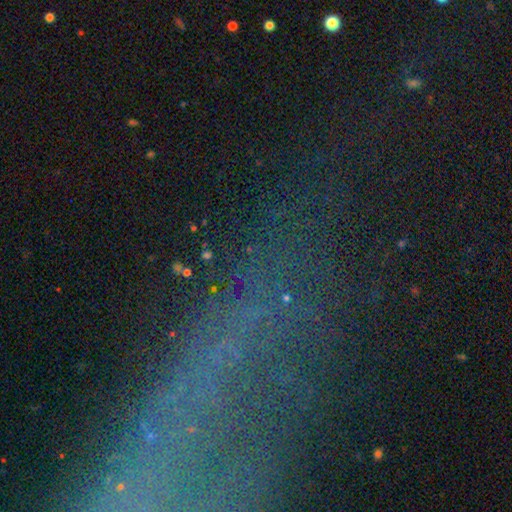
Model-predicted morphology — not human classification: Smooth or featured: star or artifact — 49% (featured or disk — 31%)